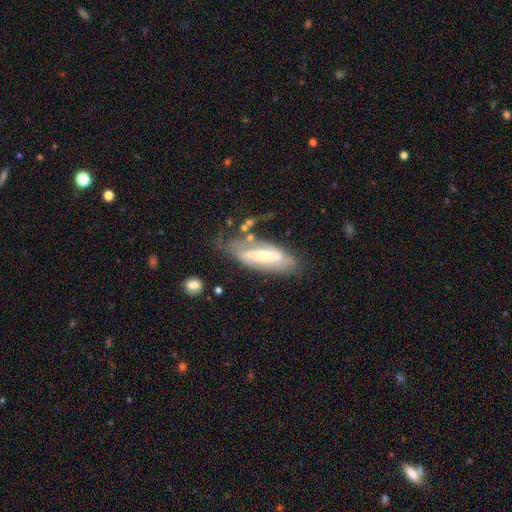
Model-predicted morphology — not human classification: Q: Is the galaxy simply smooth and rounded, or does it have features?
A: featured or disk — 65%.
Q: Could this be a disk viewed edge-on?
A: no — 76%.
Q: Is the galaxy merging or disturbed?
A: none — 47%.